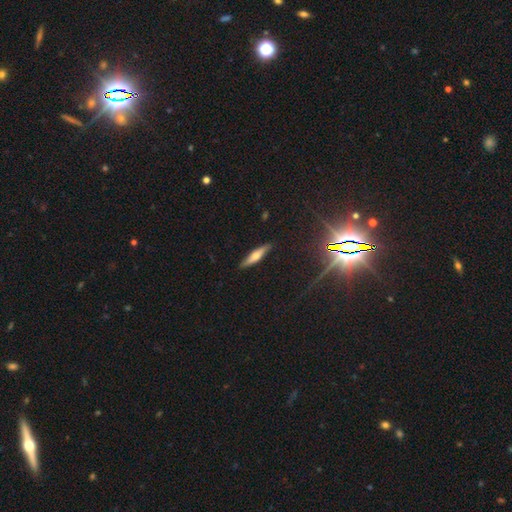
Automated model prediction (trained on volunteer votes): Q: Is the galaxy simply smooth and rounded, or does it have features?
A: smooth — 49%.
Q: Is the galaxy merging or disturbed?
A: none — 87%.